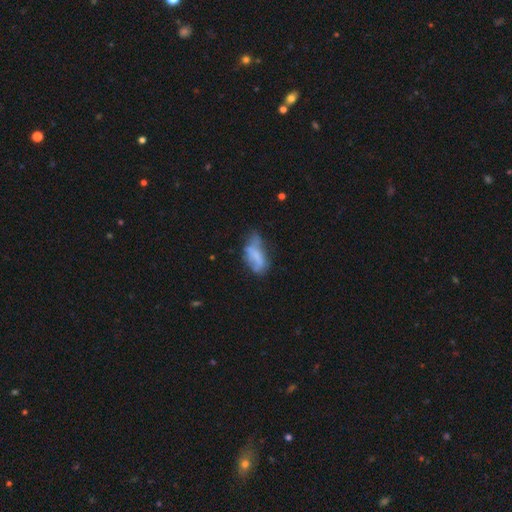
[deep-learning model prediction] The model was most divided on "merging" (2-way tie): none: 32%, minor disturbance: 32%, major disturbance: 26%, merger: 9%. More confident: how rounded — in between (83%); smooth or featured — smooth (53%).